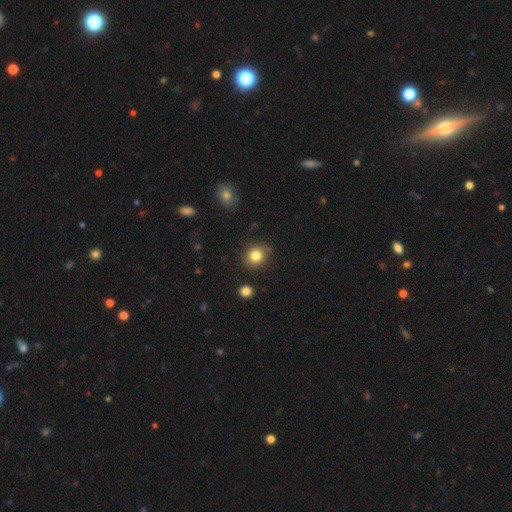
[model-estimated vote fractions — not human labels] Morphology: type=smooth (82%); roundness=round (84%); merging=none (83%).